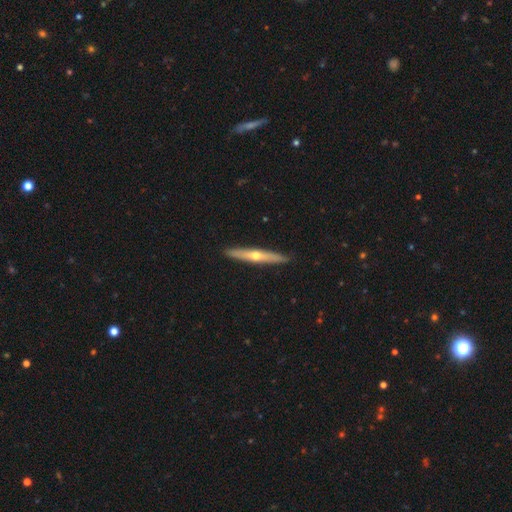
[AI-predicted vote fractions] Morphology: type=featured or disk (62%); edge-on=yes (93%); edge-on bulge=rounded (86%); merging=none (91%).